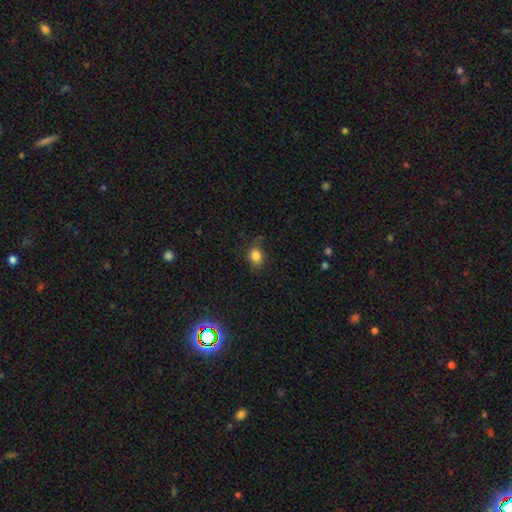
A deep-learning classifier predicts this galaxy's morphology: type=smooth (83%); roundness=in between (56%); merging=none (69%).